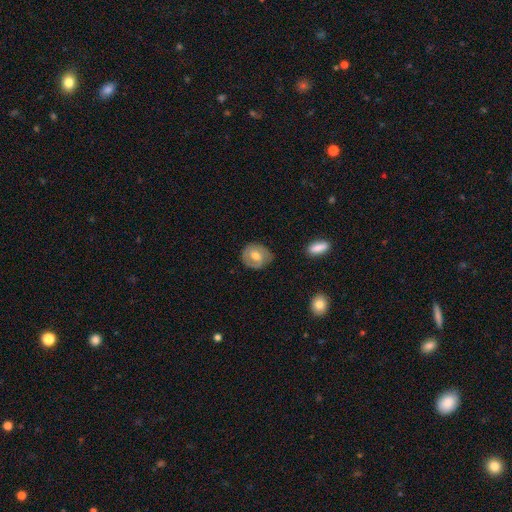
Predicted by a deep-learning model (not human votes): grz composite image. It shows a smooth galaxy with no disk features (49%). Merging: none (73%).